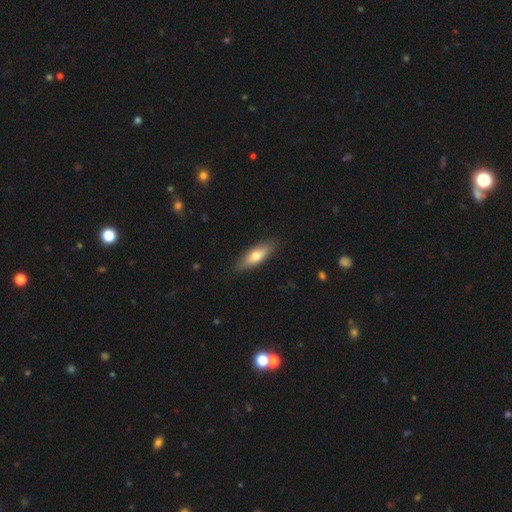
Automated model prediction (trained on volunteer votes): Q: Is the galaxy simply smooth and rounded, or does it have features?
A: smooth — 66%.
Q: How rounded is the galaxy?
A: in between — 56%.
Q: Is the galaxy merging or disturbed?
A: none — 86%.